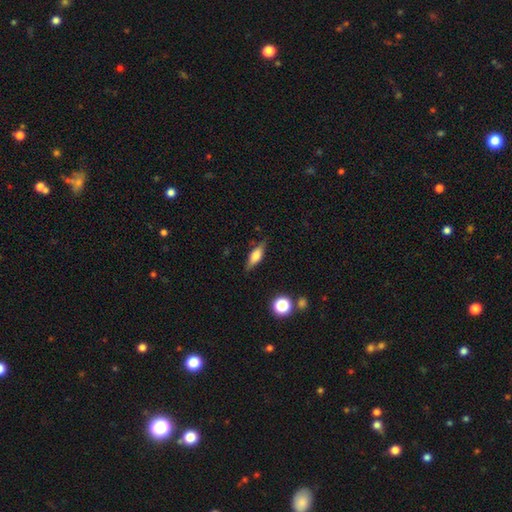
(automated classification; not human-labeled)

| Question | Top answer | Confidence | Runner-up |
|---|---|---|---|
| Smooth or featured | smooth | 52% | featured or disk (40%) |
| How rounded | in between | 53% | cigar-shaped (42%) |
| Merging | none | 82% | minor disturbance (13%) |